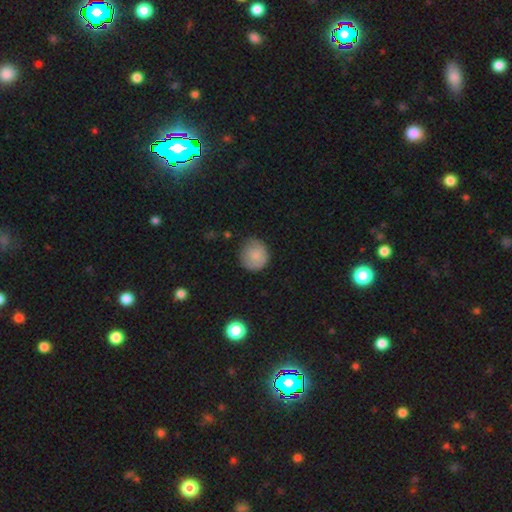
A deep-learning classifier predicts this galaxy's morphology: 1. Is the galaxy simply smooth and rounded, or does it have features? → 80% smooth, 13% featured or disk, 8% star or artifact.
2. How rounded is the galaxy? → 89% round, 10% in between, 1% cigar-shaped.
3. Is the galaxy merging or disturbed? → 68% none, 25% minor disturbance, 5% major disturbance, 2% merger.